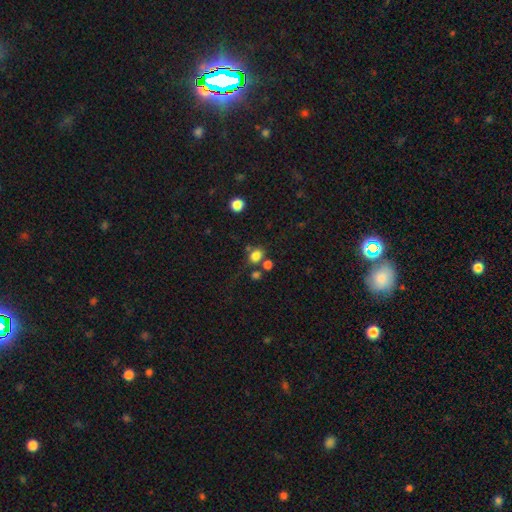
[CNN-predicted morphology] This appears to be a smooth galaxy with no disk features (80%) that is round (53%). Merging: none (61%).